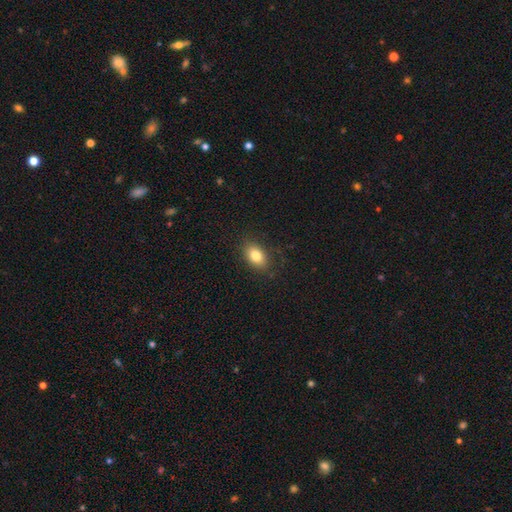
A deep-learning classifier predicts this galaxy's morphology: smooth_or_featured: smooth (p=0.82) [alt: featured or disk p=0.09]
how_rounded: in between (p=0.85) [alt: round p=0.13]
merging: none (p=0.86) [alt: minor disturbance p=0.10]